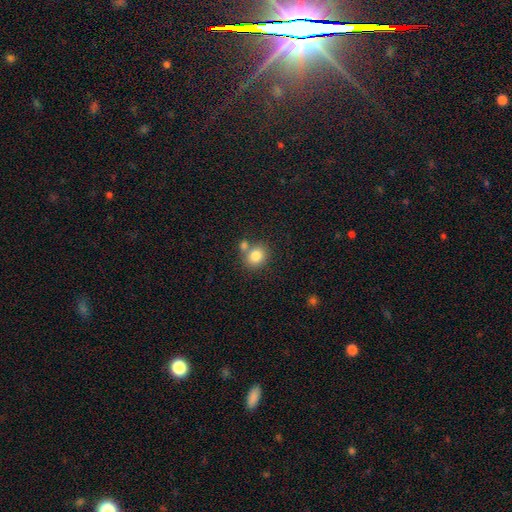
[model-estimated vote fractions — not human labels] This is clearly a smooth galaxy (81%). How rounded: likely round (74%). Merging: likely none (60%).